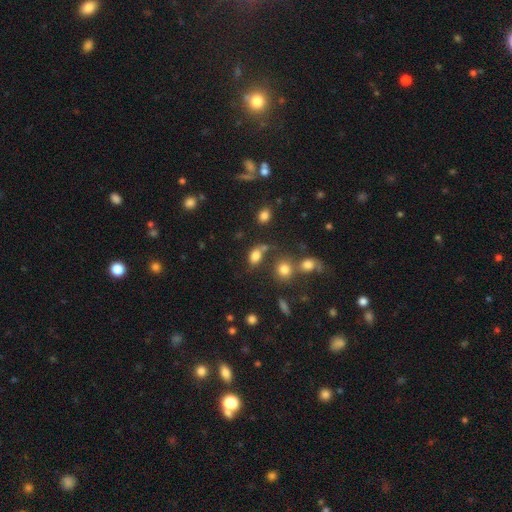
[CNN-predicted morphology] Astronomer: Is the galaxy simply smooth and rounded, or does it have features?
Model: smooth — 80%.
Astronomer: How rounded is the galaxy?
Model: in between — 79%.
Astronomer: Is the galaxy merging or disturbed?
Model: none — 55%.